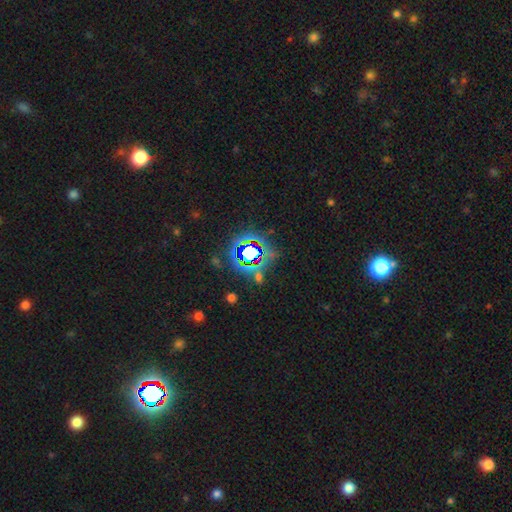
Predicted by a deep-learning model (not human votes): This appears to be a star or artifact, not a galaxy (80%).